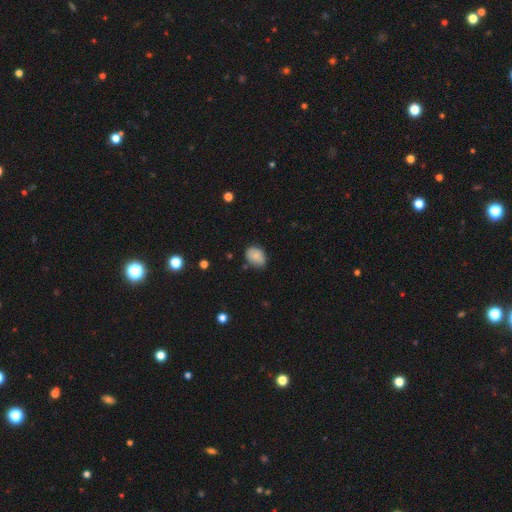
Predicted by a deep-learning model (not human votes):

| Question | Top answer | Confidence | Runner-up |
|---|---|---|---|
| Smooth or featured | smooth | 84% | star or artifact (9%) |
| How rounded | in between | 77% | round (22%) |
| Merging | none | 70% | minor disturbance (23%) |